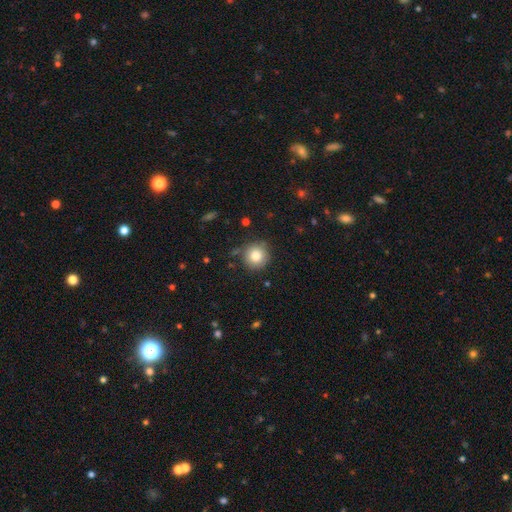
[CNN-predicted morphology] This is clearly a smooth galaxy (82%). How rounded: clearly round (94%). Merging: clearly none (84%).